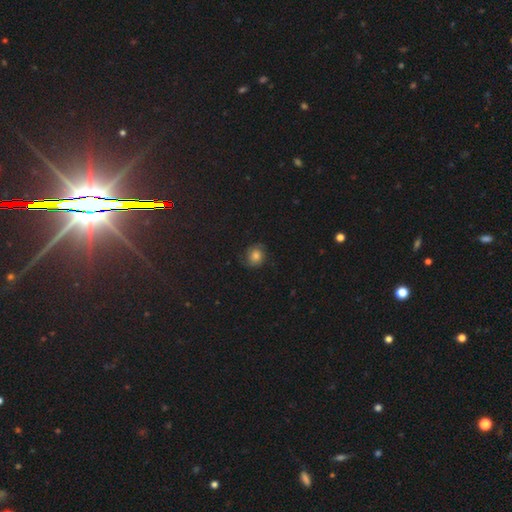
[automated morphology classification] smooth 72%, featured or disk 15%, star or artifact 13%. Down the decision tree: how rounded — round (74%); merging — none (74%).